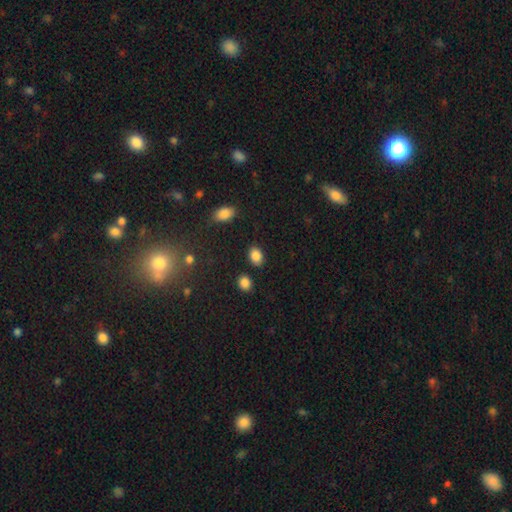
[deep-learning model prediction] The model was most divided on "how rounded": in between: 72%, round: 26%, cigar-shaped: 1%. More confident: smooth or featured — smooth (86%); merging — none (82%).